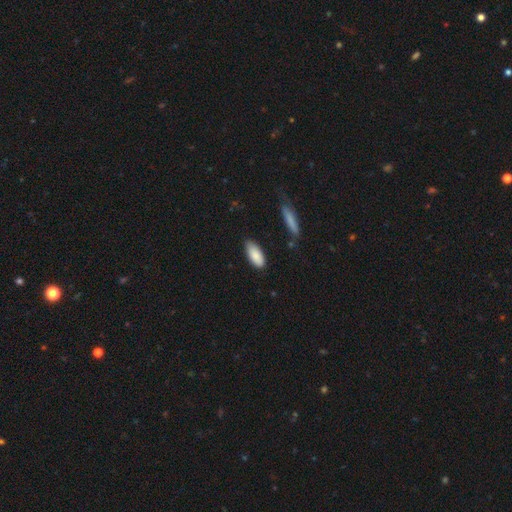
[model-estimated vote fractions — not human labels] Smooth or featured? smooth (87%)
How rounded? in between (86%)
Merging? none (76%)